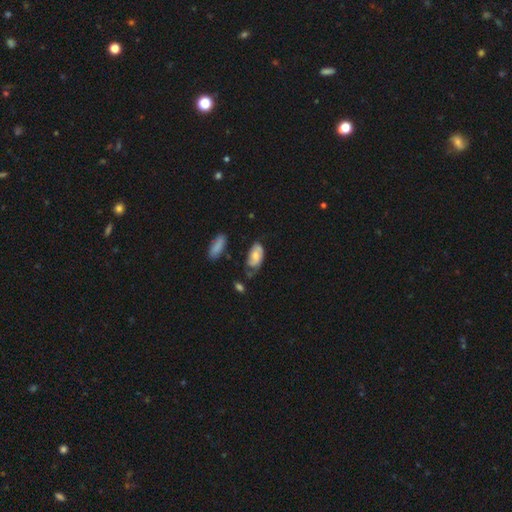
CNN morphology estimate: A smooth galaxy with no disk features (50%) that is in between round and cigar-shaped (92%). Merging: none (46%).